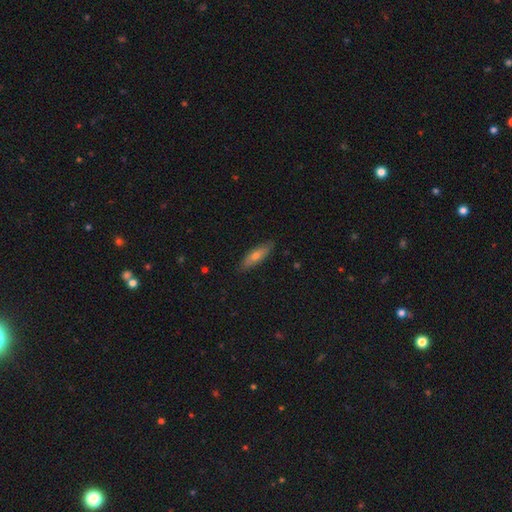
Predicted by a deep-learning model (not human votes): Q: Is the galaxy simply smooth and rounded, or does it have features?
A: smooth — 62%.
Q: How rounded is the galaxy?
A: cigar-shaped — 59%.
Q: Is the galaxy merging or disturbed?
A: none — 86%.